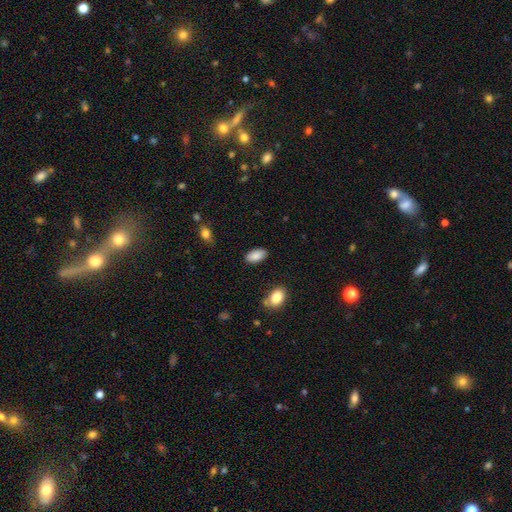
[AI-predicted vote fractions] Smooth or featured: smooth — 89% (star or artifact — 7%)
How rounded: in between — 94% (cigar-shaped — 3%)
Merging: none — 85% (minor disturbance — 11%)